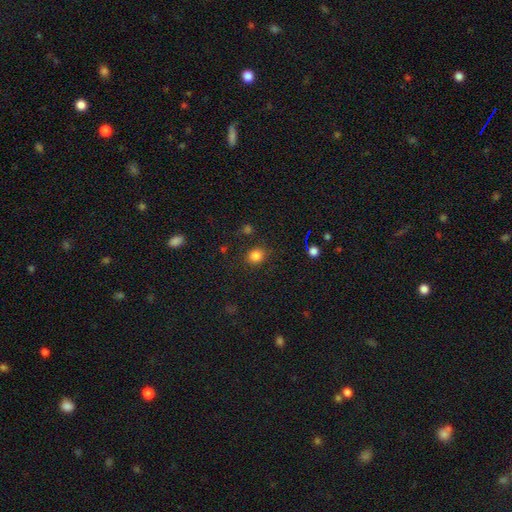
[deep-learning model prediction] The model was most divided on "how rounded": round: 75%, in between: 24%, cigar-shaped: 1%. More confident: merging — none (85%); smooth or featured — smooth (82%).